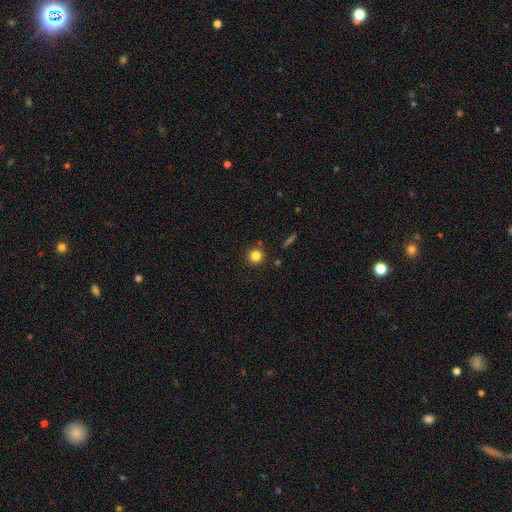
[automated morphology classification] A smooth galaxy with no disk features (82%) that is round (94%).

Vote fractions:
- Smooth or featured? smooth: 82% / star or artifact: 12% / featured or disk: 6%
- How rounded? round: 94% / in between: 5% / cigar-shaped: 1%
- Merging? none: 88% / minor disturbance: 7% / merger: 3% / major disturbance: 2%